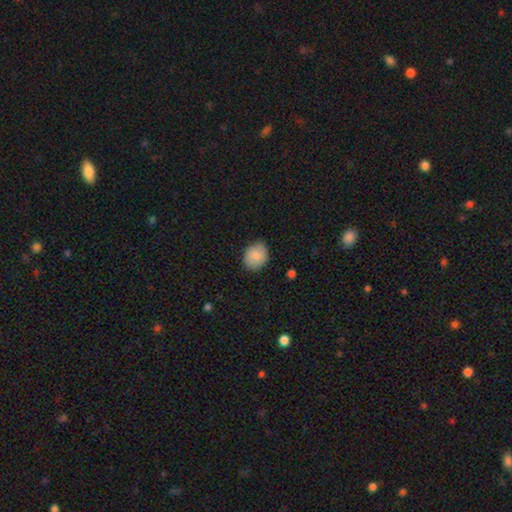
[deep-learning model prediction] Smooth or featured: smooth — 83% (featured or disk — 10%)
How rounded: round — 50% (in between — 49%)
Merging: none — 79% (minor disturbance — 17%)